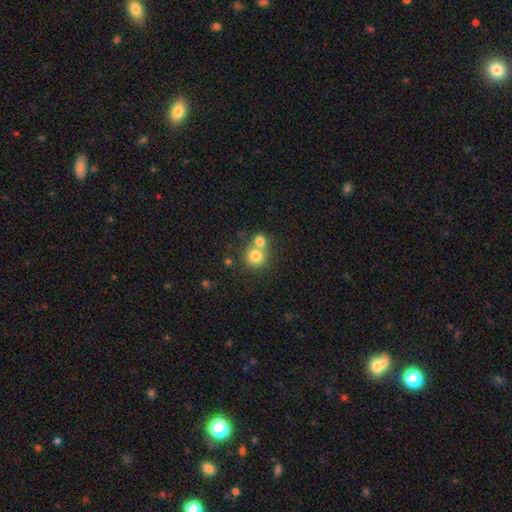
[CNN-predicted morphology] Smooth or featured? Predicted: smooth (p=0.78). How rounded? Predicted: round (p=0.88). Merging? Predicted: merger (p=0.47).